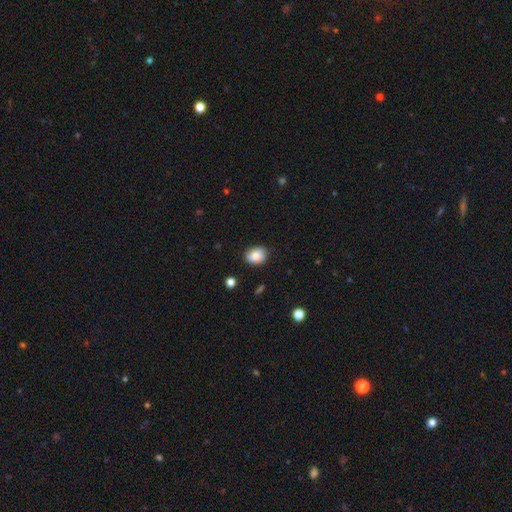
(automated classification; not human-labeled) smooth-or-featured: smooth: 85% | star or artifact: 8% | featured or disk: 7%
  how-rounded: in between: 55% | round: 44% | cigar-shaped: 1%
  merging: none: 80% | minor disturbance: 16% | major disturbance: 3% | merger: 1%